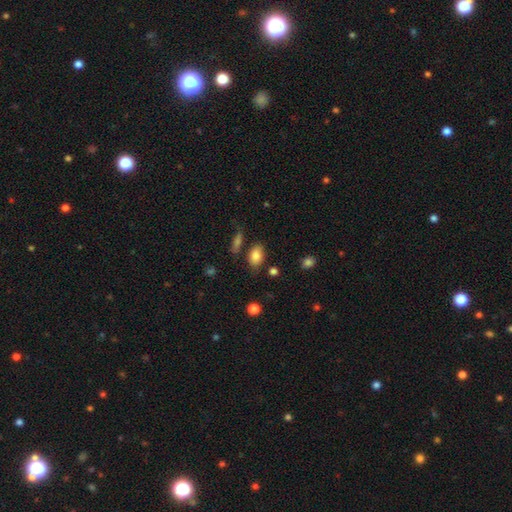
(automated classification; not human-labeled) This is clearly a smooth galaxy (84%). How rounded: clearly in between (86%). Merging: likely none (75%).